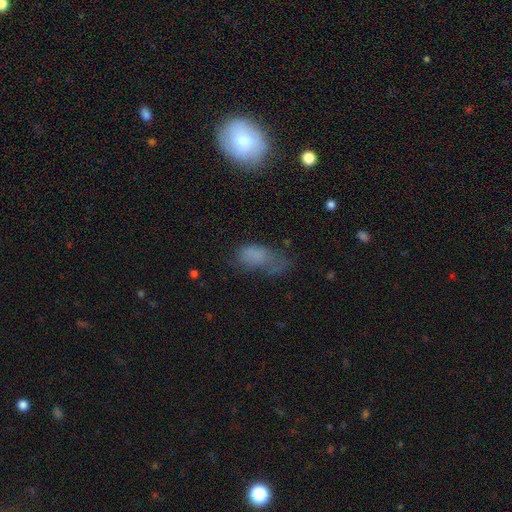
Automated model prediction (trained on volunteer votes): Smooth or featured: smooth — 69% (featured or disk — 17%)
How rounded: in between — 87% (cigar-shaped — 7%)
Merging: none — 36% (major disturbance — 30%)